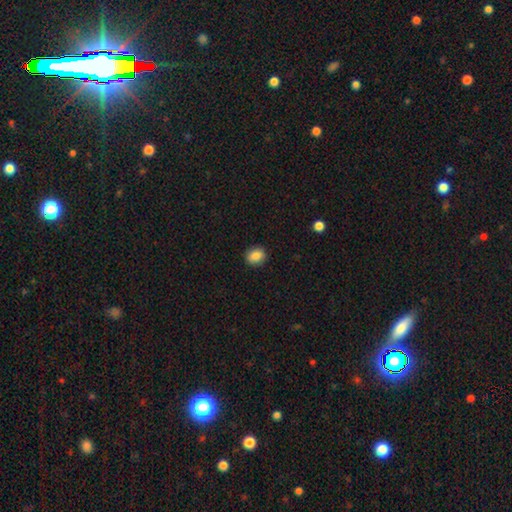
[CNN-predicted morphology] This appears to be a smooth galaxy with no disk features (87%) that is round (57%). Merging: none (90%).